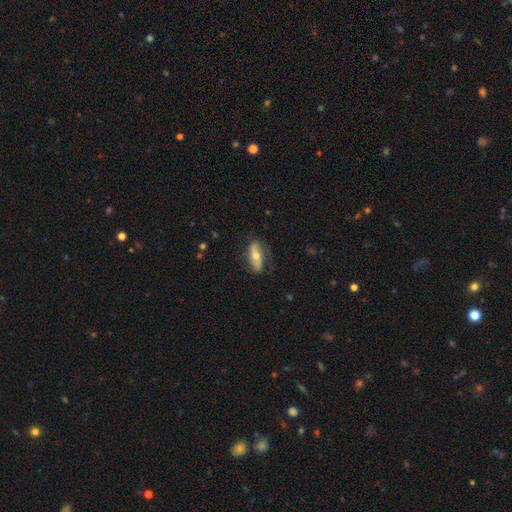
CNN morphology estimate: Smooth or featured? Predicted: smooth (p=0.52). How rounded? Predicted: in between (p=0.69). Merging? Predicted: none (p=0.74).